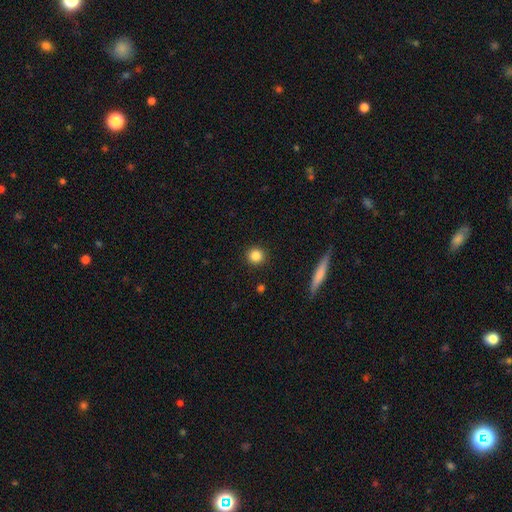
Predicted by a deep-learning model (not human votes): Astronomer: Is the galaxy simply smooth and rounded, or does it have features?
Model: smooth — 85%.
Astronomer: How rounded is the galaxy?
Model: round — 93%.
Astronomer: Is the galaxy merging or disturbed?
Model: none — 92%.